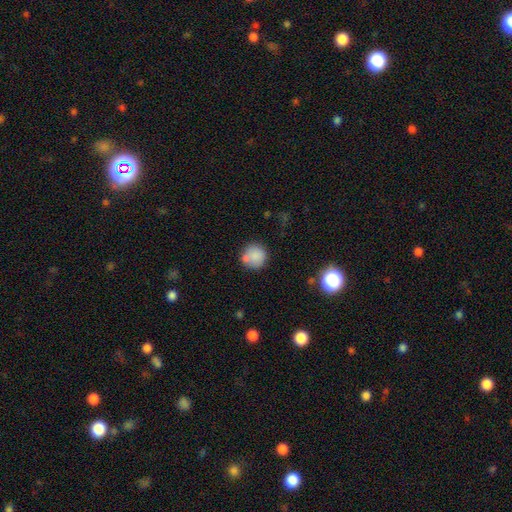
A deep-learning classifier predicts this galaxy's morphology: smooth_or_featured: smooth (p=0.82) [alt: star or artifact p=0.09]
how_rounded: round (p=0.91) [alt: in between p=0.08]
merging: none (p=0.67) [alt: minor disturbance p=0.14]